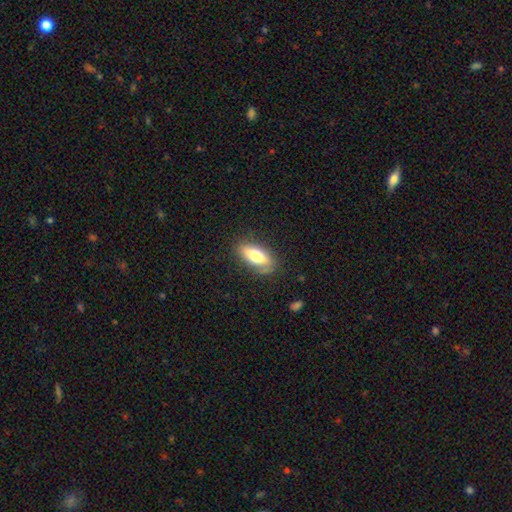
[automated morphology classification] smooth_or_featured: smooth (p=0.68) [alt: featured or disk p=0.25]
how_rounded: in between (p=0.76) [alt: cigar-shaped p=0.21]
merging: none (p=0.78) [alt: minor disturbance p=0.16]